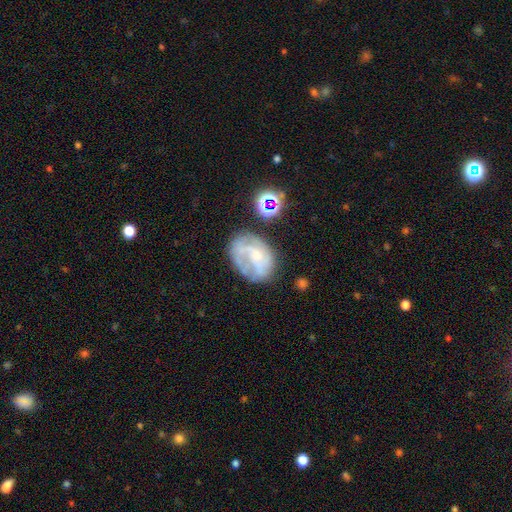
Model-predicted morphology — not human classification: Smooth or featured?
  - featured or disk: 59% *
  - smooth: 29%
  - star or artifact: 12%
Edge-on disk?
  - no: 97% *
  - yes: 3%
Bar?
  - no: 66% *
  - weak: 27%
  - strong: 7%
Spiral arms?
  - yes: 61% *
  - no: 39%
Bulge size?
  - small: 59% *
  - moderate: 25%
  - none: 13%
  - large: 2%
  - dominant: 1%
Merging?
  - none: 52% *
  - minor disturbance: 25%
  - major disturbance: 16%
  - merger: 6%